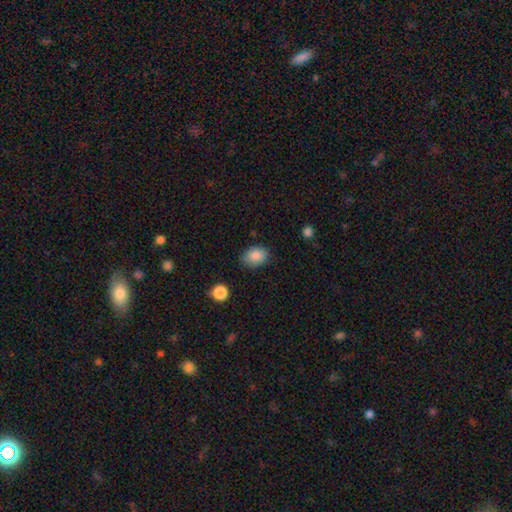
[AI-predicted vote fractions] This is clearly a smooth galaxy (87%). How rounded: likely in between (72%). Merging: likely none (79%).